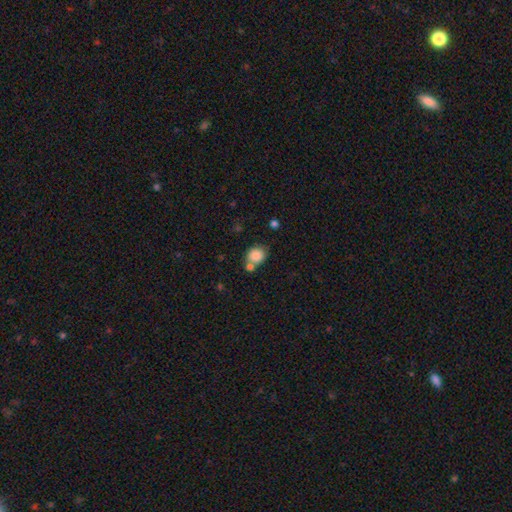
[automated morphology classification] Smooth or featured? Predicted: smooth (p=0.84). How rounded? Predicted: round (p=0.71). Merging? Predicted: none (p=0.57).